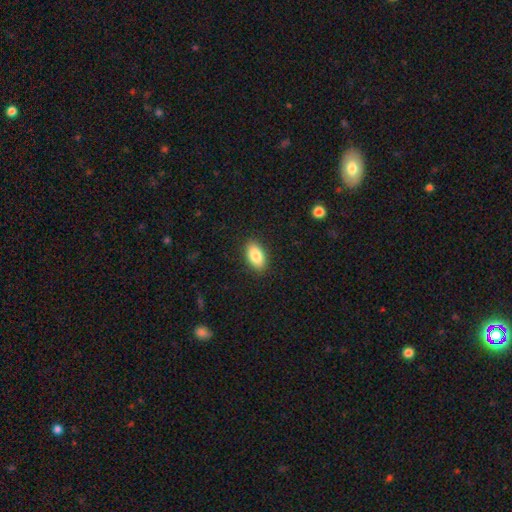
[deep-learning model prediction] The model was most divided on "smooth or featured": smooth: 85%, featured or disk: 8%, star or artifact: 7%. More confident: how rounded — in between (92%); merging — none (89%).